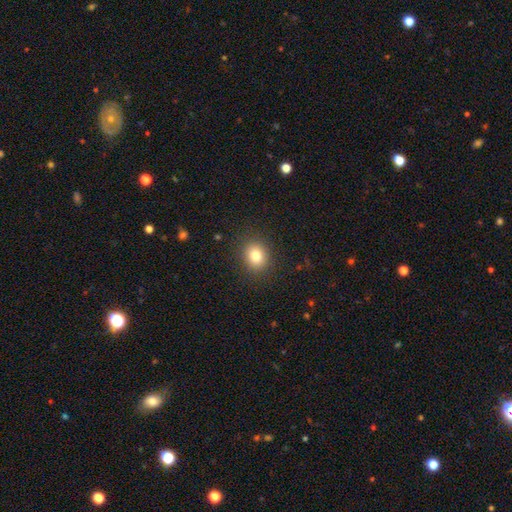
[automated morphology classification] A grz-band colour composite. It shows a smooth galaxy with no disk features (80%) that is round (66%). Merging: none (89%).